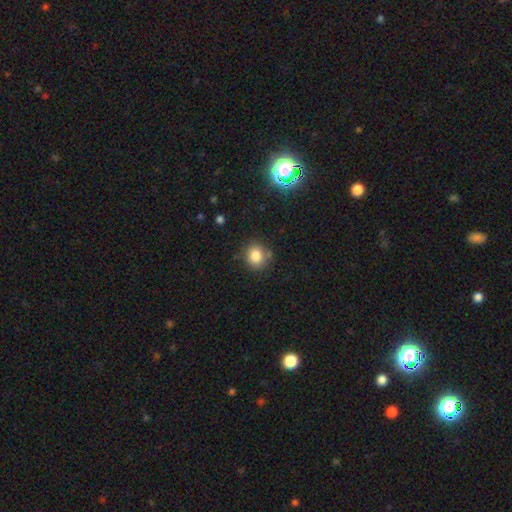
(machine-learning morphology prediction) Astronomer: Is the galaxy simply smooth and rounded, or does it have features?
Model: smooth — 82%.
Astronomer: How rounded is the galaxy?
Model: round — 75%.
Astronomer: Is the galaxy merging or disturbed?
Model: none — 79%.